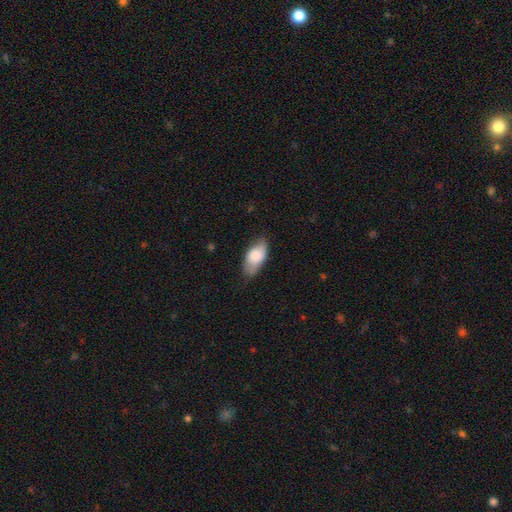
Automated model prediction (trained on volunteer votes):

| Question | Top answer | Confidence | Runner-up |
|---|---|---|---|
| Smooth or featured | smooth | 79% | featured or disk (15%) |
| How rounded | in between | 92% | cigar-shaped (5%) |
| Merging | none | 65% | minor disturbance (27%) |